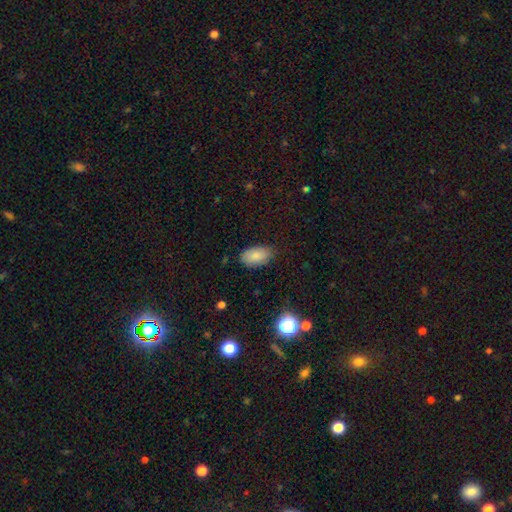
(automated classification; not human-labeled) Smooth or featured? smooth (84%)
How rounded? in between (94%)
Merging? none (83%)